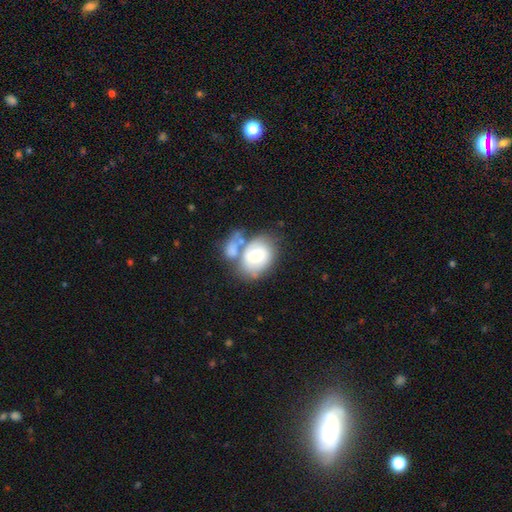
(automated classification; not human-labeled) smooth-or-featured: smooth: 57% | featured or disk: 36% | star or artifact: 7%
  how-rounded: in between: 54% | round: 45% | cigar-shaped: 1%
  merging: merger: 38% | none: 33% | minor disturbance: 17% | major disturbance: 12%